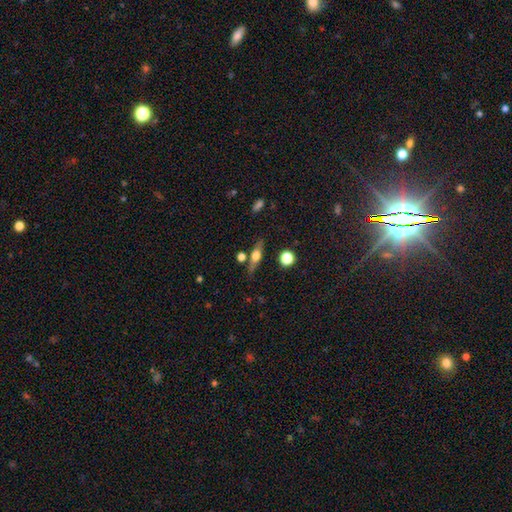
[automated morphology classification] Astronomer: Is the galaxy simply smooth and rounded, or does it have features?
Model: smooth — 46% (runner-up: featured or disk, 45%).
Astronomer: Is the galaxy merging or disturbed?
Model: none — 74%.